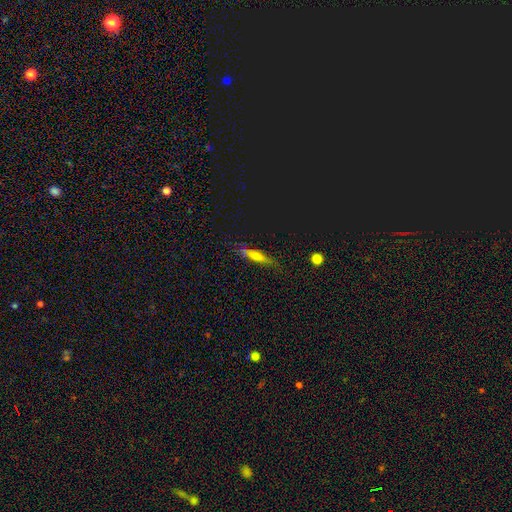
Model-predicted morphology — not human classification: Smooth or featured? Predicted: smooth (p=0.53). How rounded? Predicted: cigar-shaped (p=0.67). Merging? Predicted: none (p=0.71).